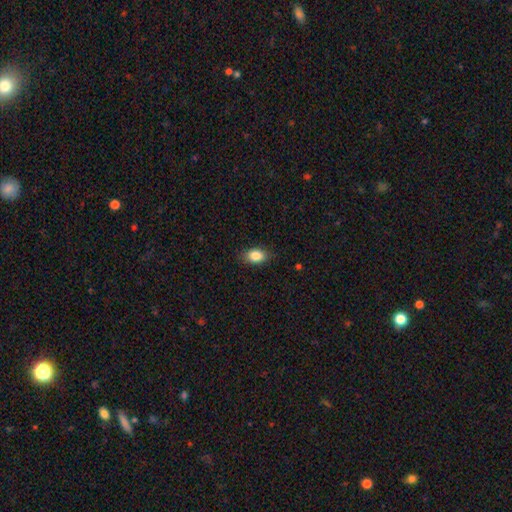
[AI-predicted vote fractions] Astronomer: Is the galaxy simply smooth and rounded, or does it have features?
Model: smooth — 85%.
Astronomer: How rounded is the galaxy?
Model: in between — 84%.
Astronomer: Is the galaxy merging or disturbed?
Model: none — 85%.